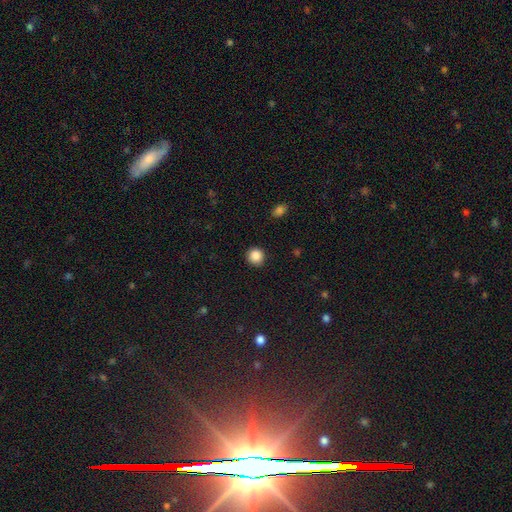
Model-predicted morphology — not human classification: Overall: smooth (87%). How rounded: round (92%). Merging: none (90%).